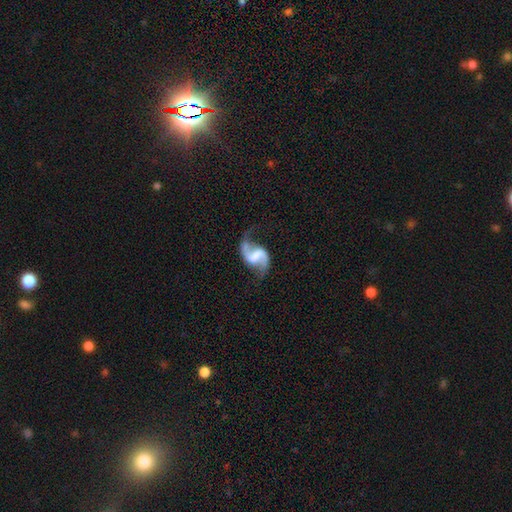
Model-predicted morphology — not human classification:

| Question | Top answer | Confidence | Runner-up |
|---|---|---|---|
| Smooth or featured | featured or disk | 89% | smooth (6%) |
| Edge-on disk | no | 98% | yes (2%) |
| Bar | weak | 44% | strong (40%) |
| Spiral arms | yes | 97% | no (3%) |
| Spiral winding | loose | 65% | medium (30%) |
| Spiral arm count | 2 | 93% | 1 (2%) |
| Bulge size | none | 49% | small (20%) |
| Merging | none | 69% | minor disturbance (17%) |